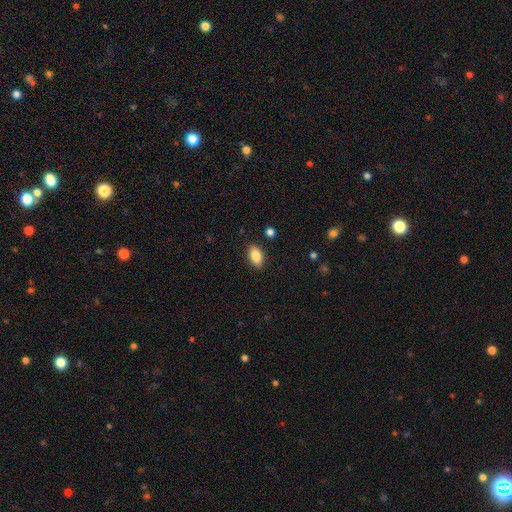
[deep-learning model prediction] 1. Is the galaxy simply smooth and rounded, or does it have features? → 86% smooth, 7% star or artifact, 7% featured or disk.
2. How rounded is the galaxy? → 91% in between, 6% round, 3% cigar-shaped.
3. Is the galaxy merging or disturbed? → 88% none, 8% minor disturbance, 2% major disturbance, 1% merger.